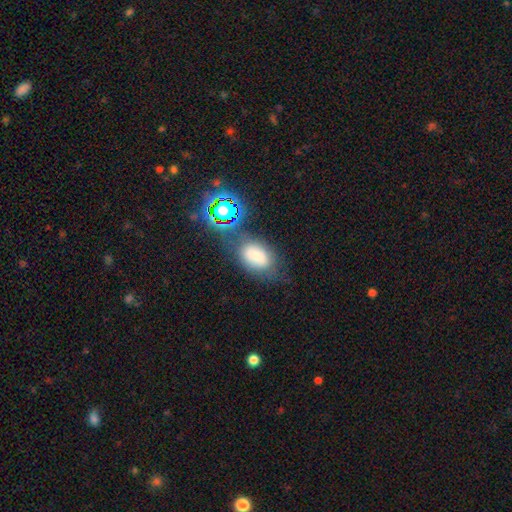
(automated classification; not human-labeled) Smooth or featured: smooth — 71% (star or artifact — 15%)
How rounded: in between — 87% (round — 12%)
Merging: none — 59% (minor disturbance — 21%)